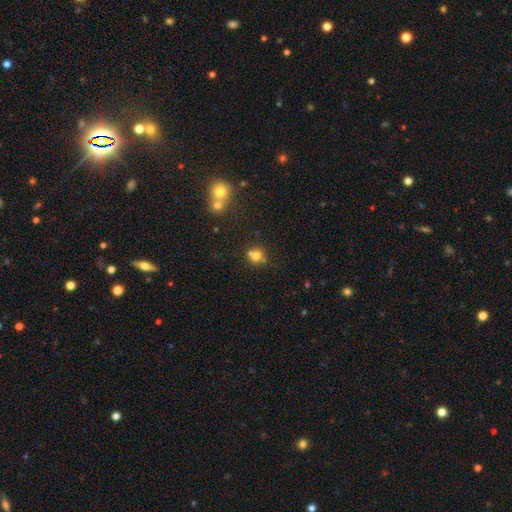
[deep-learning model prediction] The model was most divided on "merging": none: 51%, merger: 38%, minor disturbance: 9%, major disturbance: 3%. More confident: how rounded — round (86%); smooth or featured — smooth (72%).